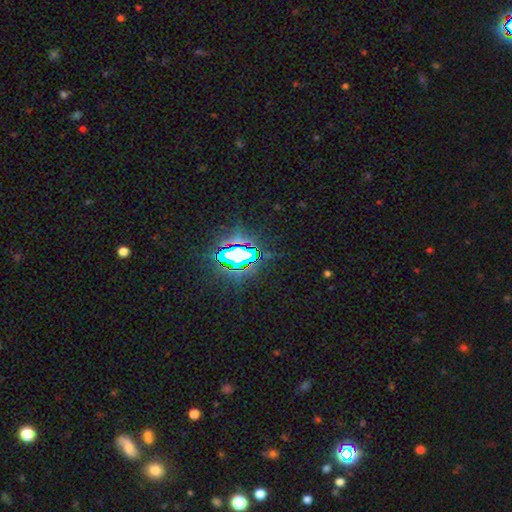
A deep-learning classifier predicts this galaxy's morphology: Smooth or featured? star or artifact (81%)